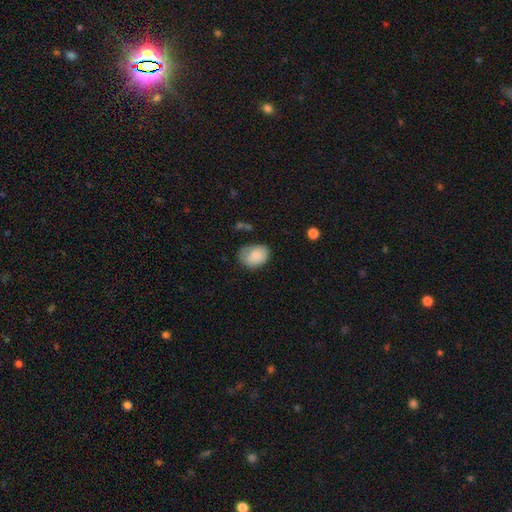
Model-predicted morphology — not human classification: Smooth or featured: smooth — 81% (featured or disk — 11%)
How rounded: in between — 65% (round — 34%)
Merging: none — 55% (minor disturbance — 31%)